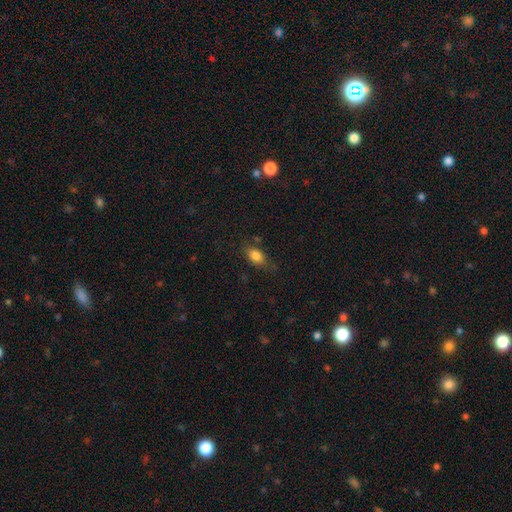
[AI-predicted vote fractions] Overall: smooth (81%). How rounded: in between (84%). Merging: none (72%).